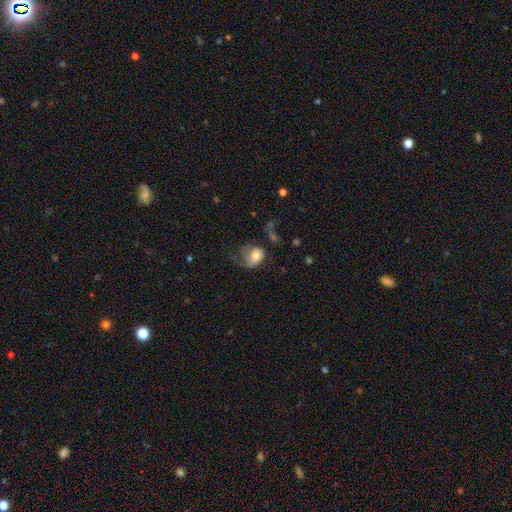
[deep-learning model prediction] Q: Smooth or featured?
A: smooth (55%); runner-up: featured or disk (36%)
Q: How rounded?
A: in between (51%); runner-up: round (48%)
Q: Merging?
A: major disturbance (49%); runner-up: none (25%)